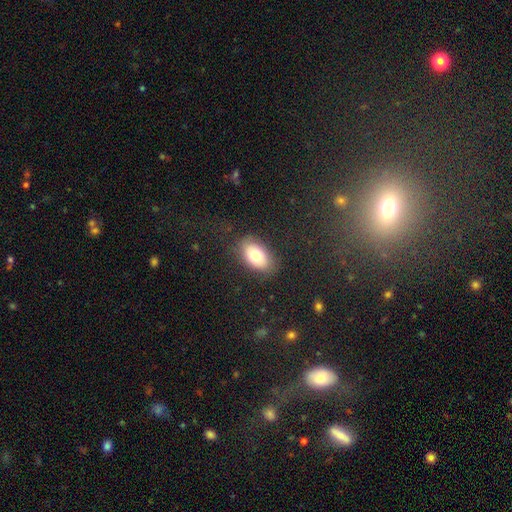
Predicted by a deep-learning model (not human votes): smooth_or_featured: smooth (p=0.76) [alt: featured or disk p=0.15]
how_rounded: in between (p=0.90) [alt: round p=0.08]
merging: none (p=0.83) [alt: minor disturbance p=0.11]